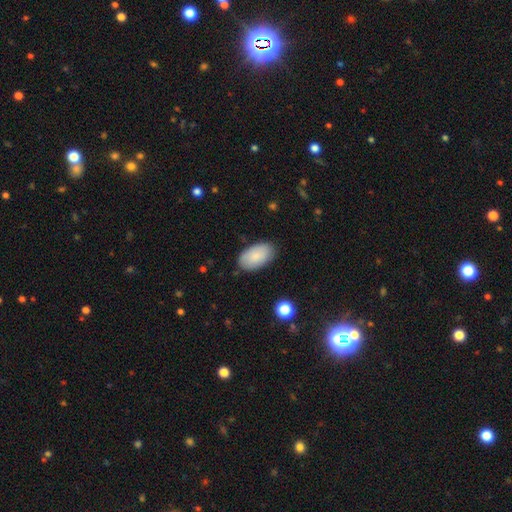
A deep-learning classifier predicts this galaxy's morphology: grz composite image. It shows a smooth galaxy with no disk features (86%) that is in between round and cigar-shaped (95%). Merging: none (84%).